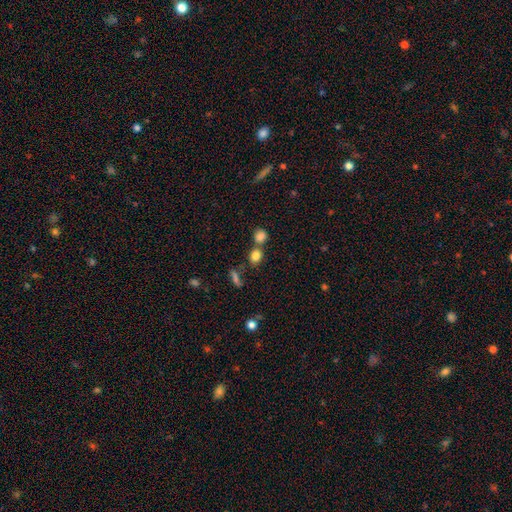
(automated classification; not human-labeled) This is clearly a smooth galaxy (81%). How rounded: likely round (68%). Merging: possibly none (55%).